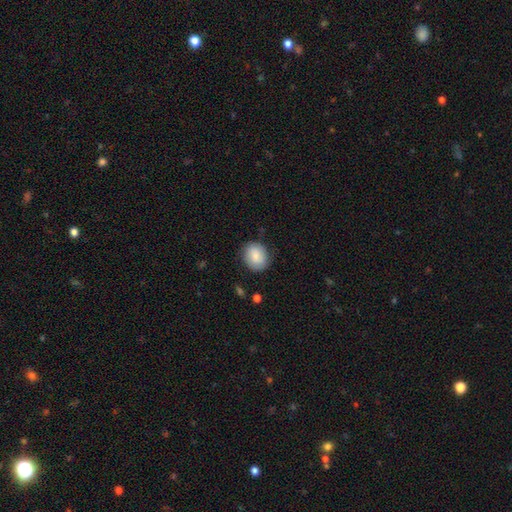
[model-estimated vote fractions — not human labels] A smooth galaxy with no disk features (83%) that is round (61%).

Vote fractions:
- Smooth or featured? smooth: 83% / featured or disk: 10% / star or artifact: 7%
- How rounded? round: 61% / in between: 38% / cigar-shaped: 1%
- Merging? none: 82% / minor disturbance: 14% / major disturbance: 3% / merger: 1%